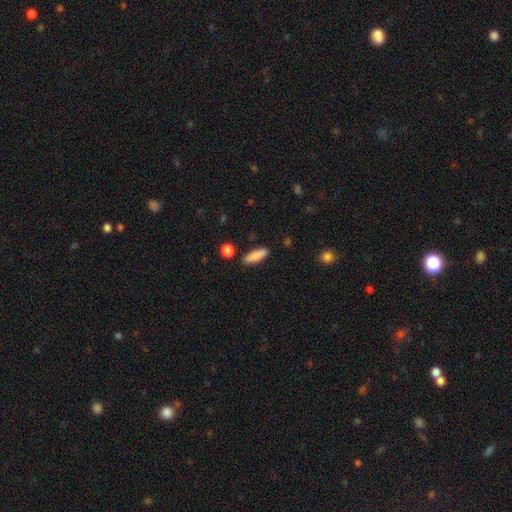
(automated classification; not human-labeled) This appears to be a smooth galaxy with no disk features (87%) that is cigar-shaped (52%). Merging: none (88%).